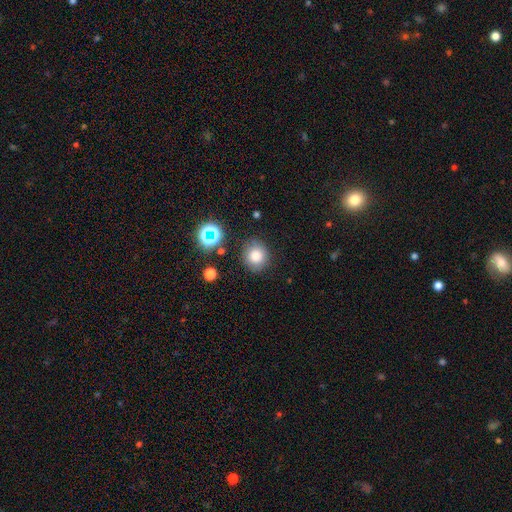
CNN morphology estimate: Smooth or featured: smooth — 78% (star or artifact — 14%)
How rounded: round — 87% (in between — 12%)
Merging: none — 83% (minor disturbance — 11%)